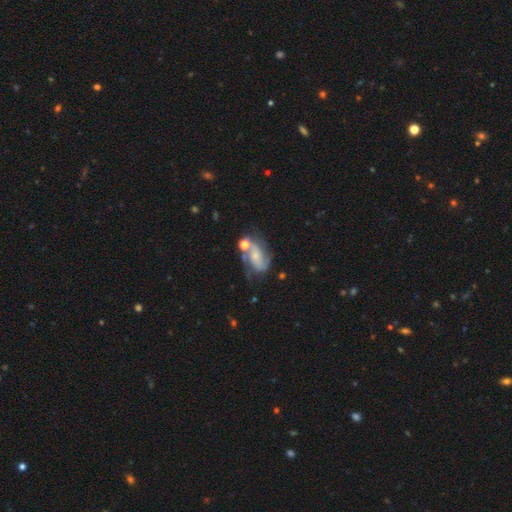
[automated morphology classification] Smooth or featured? featured or disk (72%)
Edge-on disk? no (97%)
Bar? no (61%)
Spiral arms? yes (90%)
Spiral winding? medium (46%)
Spiral arm count? 2 (74%)
Bulge size? small (59%)
Merging? none (47%)